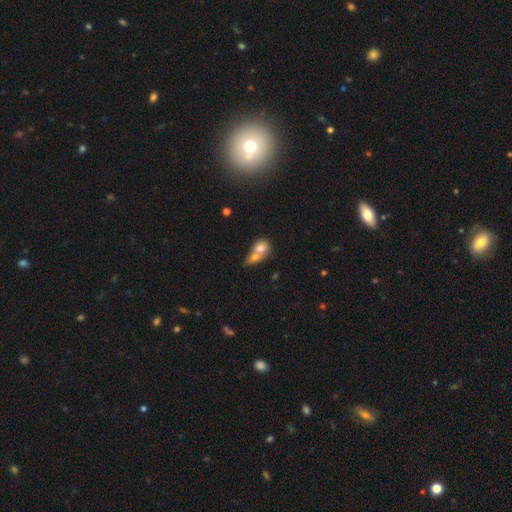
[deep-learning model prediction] Smooth or featured? Predicted: smooth (p=0.64). How rounded? Predicted: round (p=0.54). Merging? Predicted: merger (p=0.63).